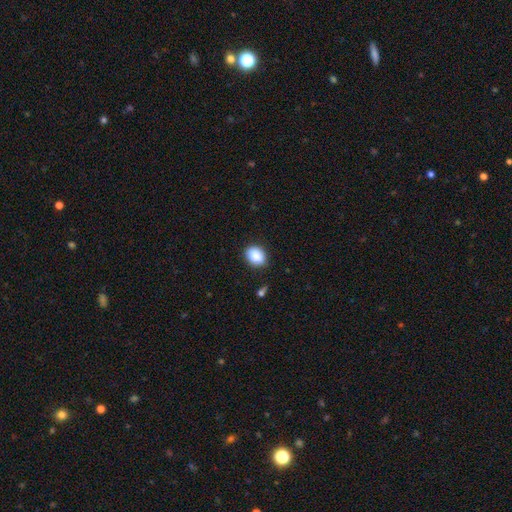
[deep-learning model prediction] A smooth galaxy with no disk features (89%) that is in between round and cigar-shaped (69%). Merging: none (86%).